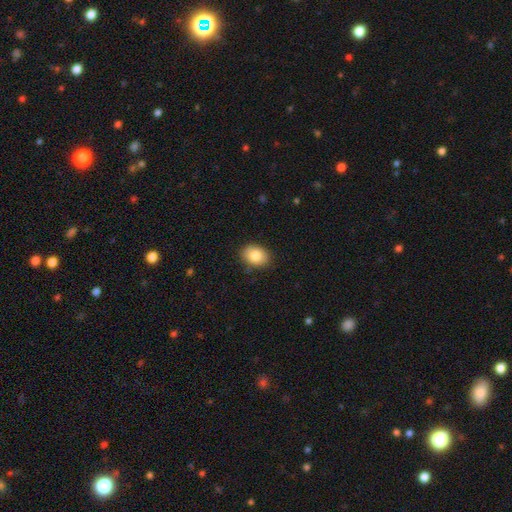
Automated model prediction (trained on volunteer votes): smooth-or-featured: smooth: 84% | star or artifact: 8% | featured or disk: 8%
  how-rounded: in between: 67% | round: 32% | cigar-shaped: 1%
  merging: none: 85% | minor disturbance: 12% | major disturbance: 2% | merger: 1%